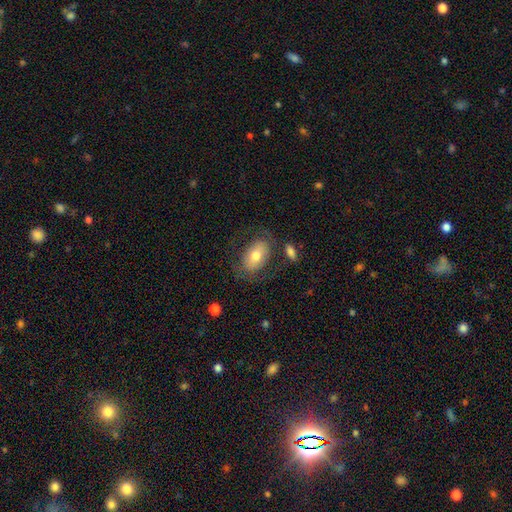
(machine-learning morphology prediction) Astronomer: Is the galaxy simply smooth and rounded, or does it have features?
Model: smooth — 65%.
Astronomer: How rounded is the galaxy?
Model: in between — 89%.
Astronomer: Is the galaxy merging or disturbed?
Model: none — 68%.